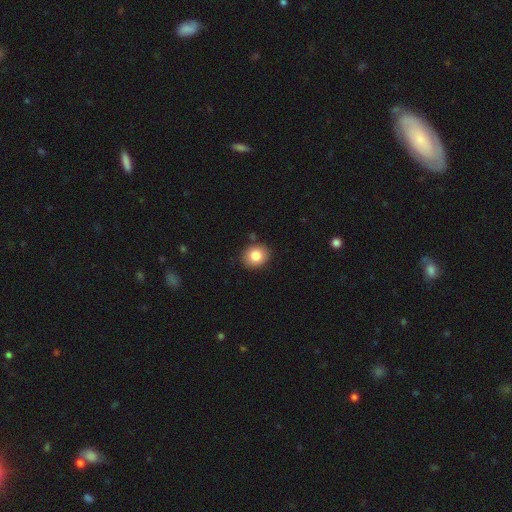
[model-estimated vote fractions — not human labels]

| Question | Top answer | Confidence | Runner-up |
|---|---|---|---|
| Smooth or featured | smooth | 84% | star or artifact (9%) |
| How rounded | round | 69% | in between (30%) |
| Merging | none | 88% | minor disturbance (8%) |